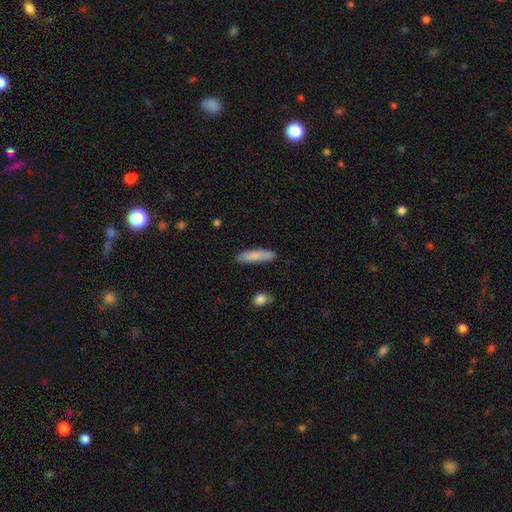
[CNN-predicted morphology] smooth-or-featured: smooth: 83% | featured or disk: 11% | star or artifact: 6%
  how-rounded: cigar-shaped: 82% | in between: 17% | round: 2%
  merging: none: 85% | minor disturbance: 11% | major disturbance: 2% | merger: 2%